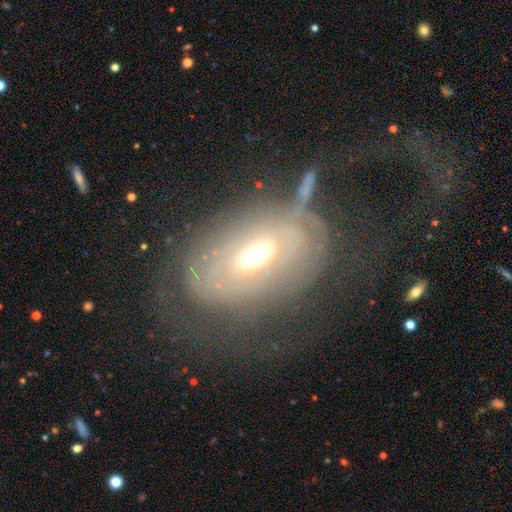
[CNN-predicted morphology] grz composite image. It shows a featured or disk galaxy (73%) with no bar (49%), spiral arms (66%) and a moderate central bulge (58%). Merging: none (44%).